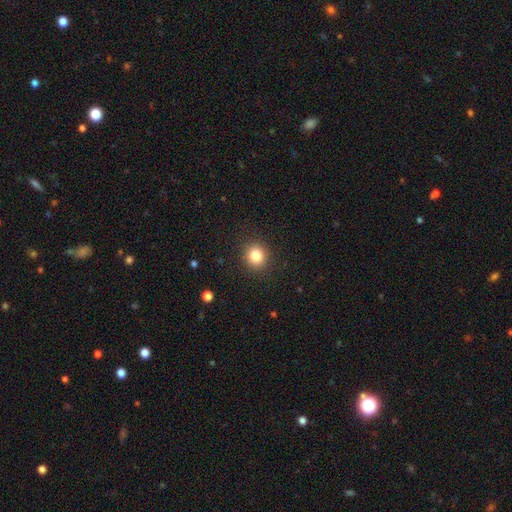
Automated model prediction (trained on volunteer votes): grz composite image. It shows a smooth galaxy with no disk features (83%) that is round (88%). Merging: none (90%).